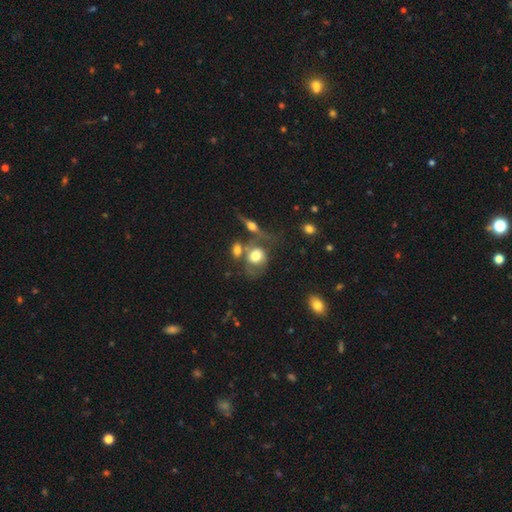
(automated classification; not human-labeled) Smooth or featured? Predicted: smooth (p=0.60). How rounded? Predicted: round (p=0.56). Merging? Predicted: none (p=0.37).